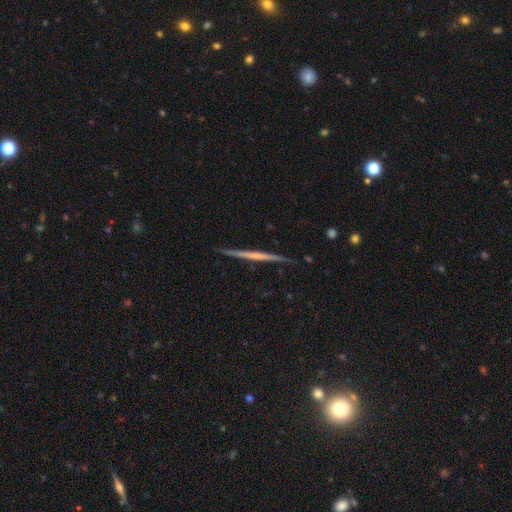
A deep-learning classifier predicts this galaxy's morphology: smooth-or-featured: featured or disk: 66% | smooth: 29% | star or artifact: 5%
  disk-edge-on: yes: 98% | no: 2%
    edge-on-bulge: none: 77% | rounded: 15% | boxy: 8%
  merging: none: 89% | minor disturbance: 8% | major disturbance: 1% | merger: 1%